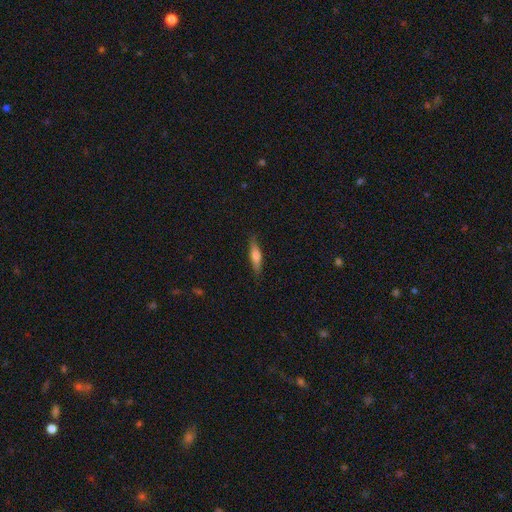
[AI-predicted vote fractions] smooth_or_featured: smooth (p=0.57) [alt: featured or disk p=0.37]
how_rounded: cigar-shaped (p=0.74) [alt: in between p=0.24]
merging: none (p=0.87) [alt: minor disturbance p=0.10]